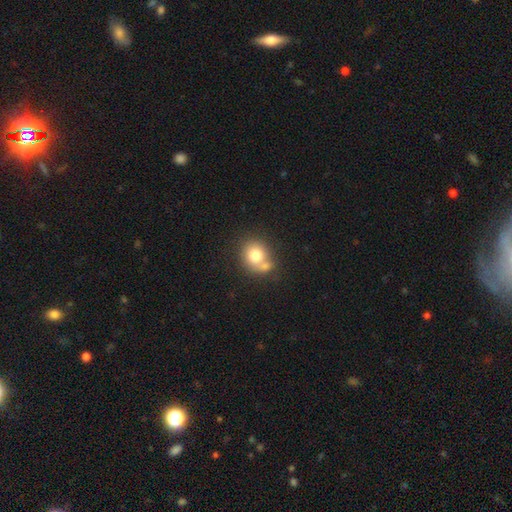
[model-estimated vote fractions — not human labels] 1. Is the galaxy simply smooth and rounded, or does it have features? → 77% smooth, 14% featured or disk, 9% star or artifact.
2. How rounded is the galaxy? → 72% round, 27% in between, 1% cigar-shaped.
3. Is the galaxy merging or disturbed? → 43% none, 39% merger, 13% minor disturbance, 5% major disturbance.